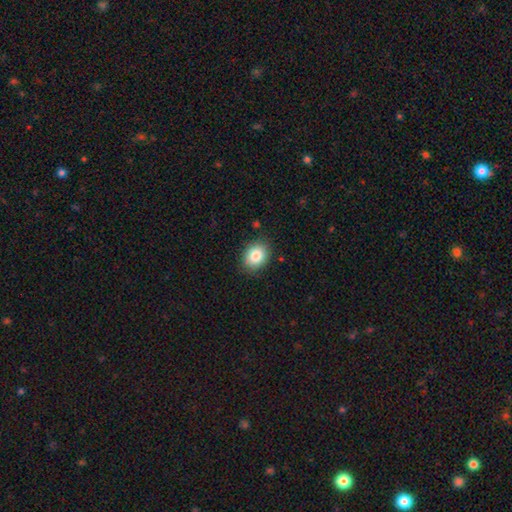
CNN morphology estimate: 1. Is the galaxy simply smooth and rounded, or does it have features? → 84% smooth, 9% star or artifact, 7% featured or disk.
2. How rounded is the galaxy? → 51% round, 48% in between, 1% cigar-shaped.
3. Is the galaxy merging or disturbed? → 86% none, 11% minor disturbance, 2% major disturbance, 1% merger.